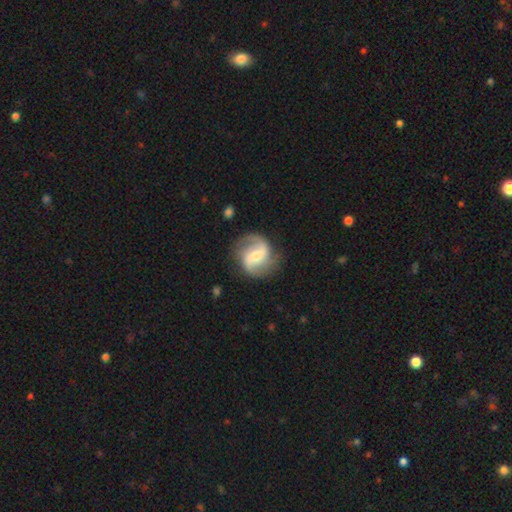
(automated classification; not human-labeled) The model was most divided on "bulge size" (2-way tie): moderate: 46%, small: 46%, large: 4%, none: 3%, dominant: 1%. Remaining: edge-on disk — no (98%); spiral arms — yes (95%); spiral arm count — 2 (88%); smooth or featured — featured or disk (83%); merging — none (79%); bar — weak (47%); spiral winding — loose (44%).